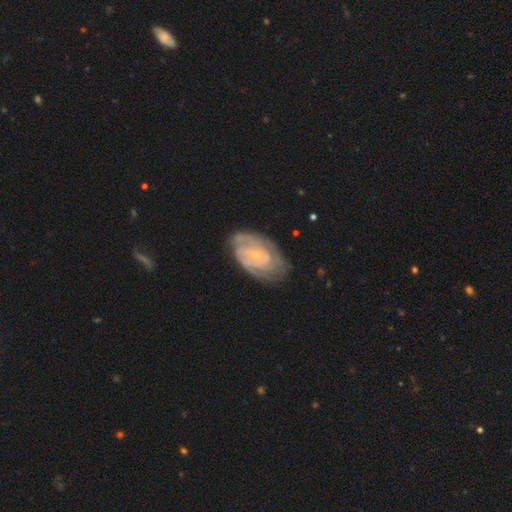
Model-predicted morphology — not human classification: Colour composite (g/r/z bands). It shows a featured or disk galaxy (78%) with no bar (61%), tight (64%) spiral arms (88%) and a small central bulge (77%). Merging: none (65%).